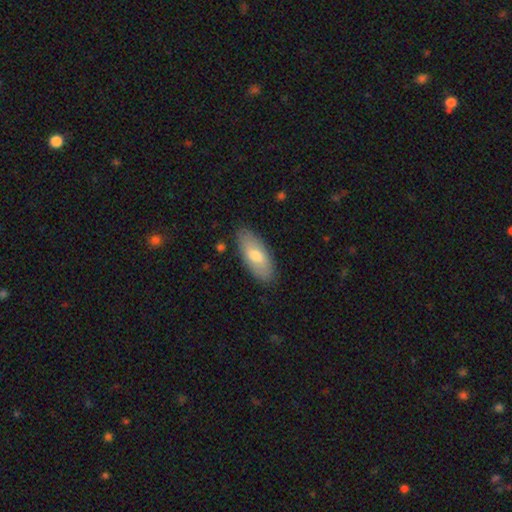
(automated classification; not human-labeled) The model was most divided on "smooth or featured": smooth: 71%, featured or disk: 23%, star or artifact: 5%. More confident: merging — none (86%); how rounded — in between (86%).